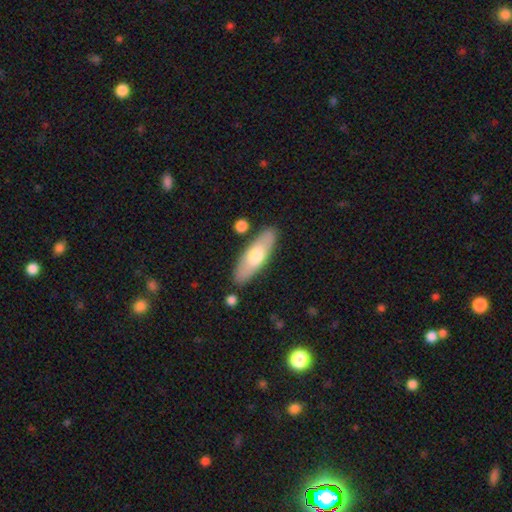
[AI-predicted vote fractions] Overall: smooth (61%; featured or disk 35%). How rounded: in between (58%; cigar-shaped 40%). Merging: none (84%).